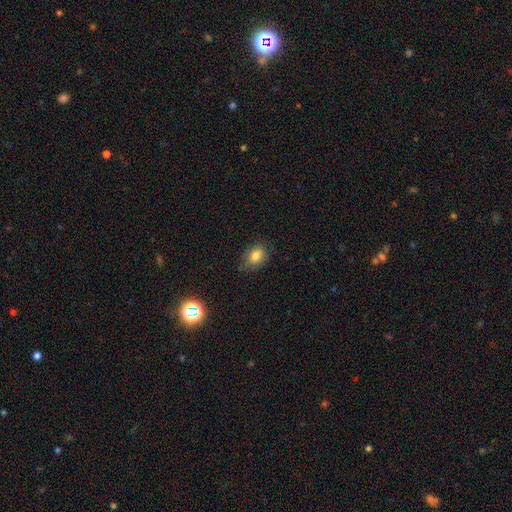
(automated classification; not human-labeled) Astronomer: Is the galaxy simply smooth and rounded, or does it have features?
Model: smooth — 80%.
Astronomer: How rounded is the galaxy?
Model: in between — 65%.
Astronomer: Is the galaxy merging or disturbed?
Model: none — 70%.